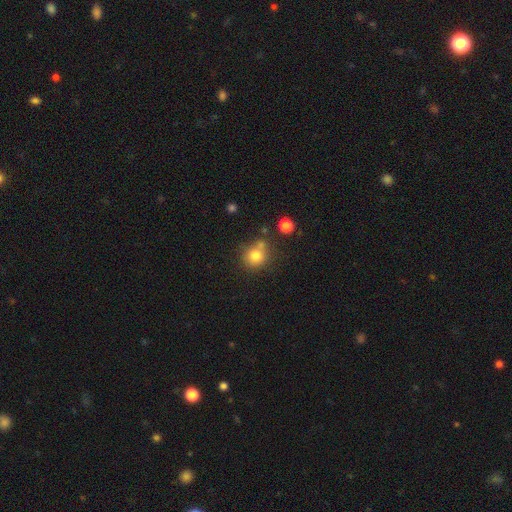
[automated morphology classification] type=smooth (80%); roundness=round (86%); merging=none (64%).